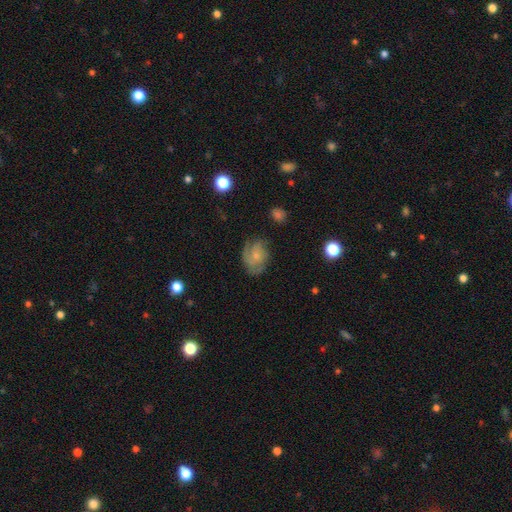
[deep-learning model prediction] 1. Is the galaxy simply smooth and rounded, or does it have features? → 53% featured or disk, 39% smooth, 8% star or artifact.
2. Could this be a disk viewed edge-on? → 97% no, 3% yes.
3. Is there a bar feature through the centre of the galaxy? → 76% no, 21% weak, 3% strong.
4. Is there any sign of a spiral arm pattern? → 82% yes, 18% no.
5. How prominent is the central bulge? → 57% small, 28% moderate, 12% none, 3% large, 1% dominant.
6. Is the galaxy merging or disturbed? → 61% none, 24% minor disturbance, 13% major disturbance, 2% merger.